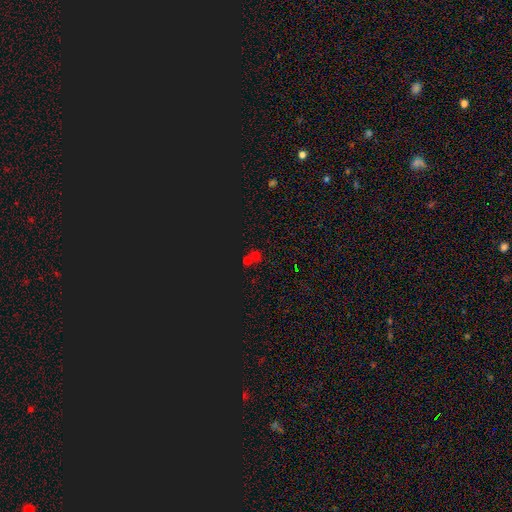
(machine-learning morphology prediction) smooth-or-featured: star or artifact: 48% | smooth: 41% | featured or disk: 11%